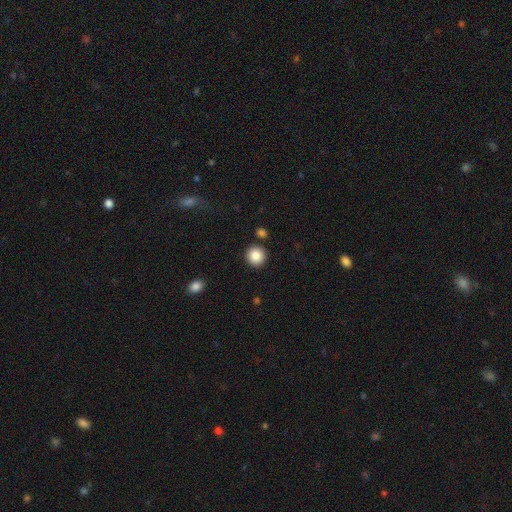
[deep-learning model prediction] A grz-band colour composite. It shows a smooth galaxy with no disk features (87%) that is round (93%). Merging: none (88%).